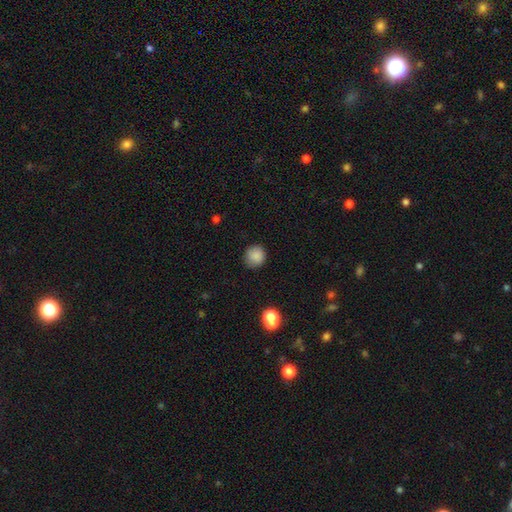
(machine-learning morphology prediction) The model was most divided on "smooth or featured": smooth: 86%, star or artifact: 10%, featured or disk: 4%. More confident: how rounded — round (91%); merging — none (88%).